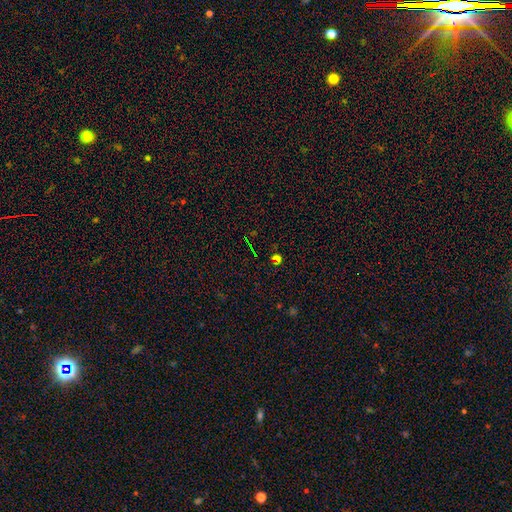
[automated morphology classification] Smooth or featured: star or artifact — 72% (smooth — 18%)